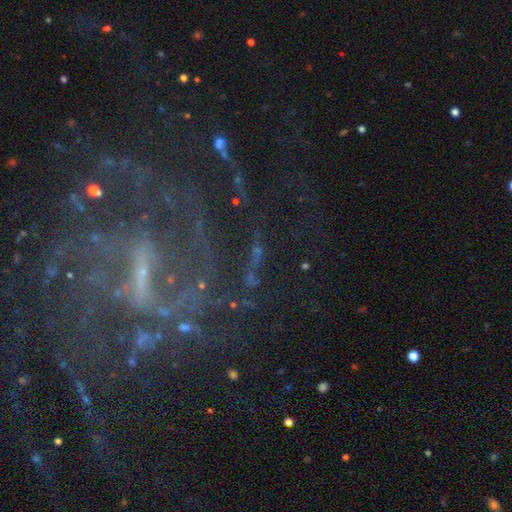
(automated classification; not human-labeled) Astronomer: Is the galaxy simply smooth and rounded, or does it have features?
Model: featured or disk — 71%.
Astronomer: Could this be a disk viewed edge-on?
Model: no — 93%.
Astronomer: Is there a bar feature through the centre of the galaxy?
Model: strong — 56%.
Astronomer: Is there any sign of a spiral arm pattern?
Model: yes — 86%.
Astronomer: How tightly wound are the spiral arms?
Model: tight — 41% (runner-up: medium, 39%).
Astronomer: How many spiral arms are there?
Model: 2 — 40% (runner-up: can't tell, 24%).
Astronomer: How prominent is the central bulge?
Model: small — 66%.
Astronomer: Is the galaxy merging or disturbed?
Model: none — 62%.